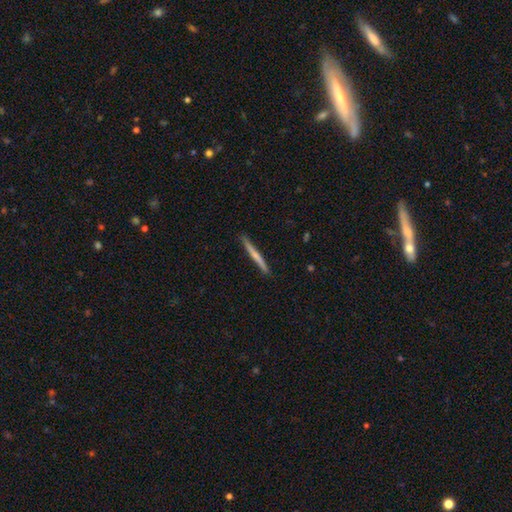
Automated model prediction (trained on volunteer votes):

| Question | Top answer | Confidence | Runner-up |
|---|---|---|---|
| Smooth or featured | smooth | 51% | featured or disk (43%) |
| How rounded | cigar-shaped | 97% | in between (2%) |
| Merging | none | 91% | minor disturbance (7%) |